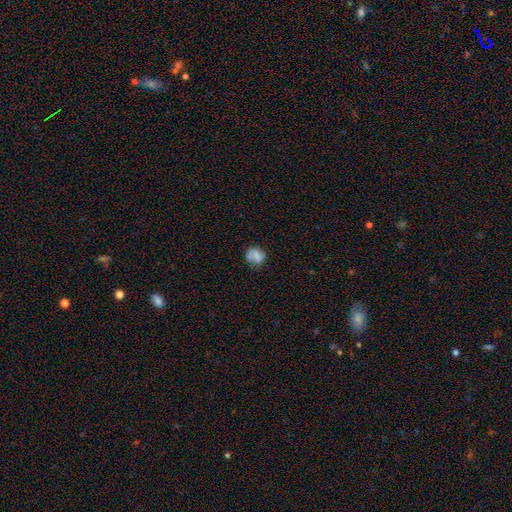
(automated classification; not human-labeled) Smooth or featured? Predicted: smooth (p=0.74). How rounded? Predicted: round (p=0.70). Merging? Predicted: none (p=0.57).